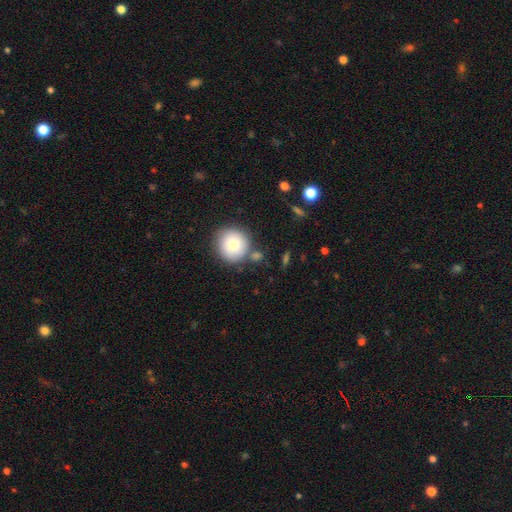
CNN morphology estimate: Q: Smooth or featured?
A: smooth (76%); runner-up: featured or disk (13%)
Q: How rounded?
A: round (94%); runner-up: in between (5%)
Q: Merging?
A: none (77%); runner-up: minor disturbance (11%)